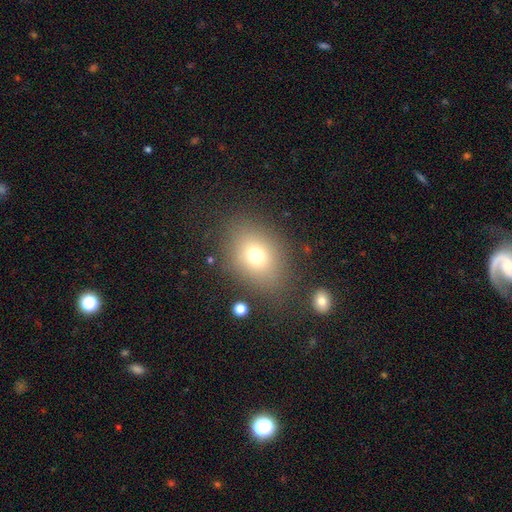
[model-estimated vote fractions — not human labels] smooth-or-featured: smooth: 72% | star or artifact: 15% | featured or disk: 13%
  how-rounded: in between: 60% | round: 39% | cigar-shaped: 1%
  merging: none: 79% | minor disturbance: 12% | major disturbance: 6% | merger: 3%